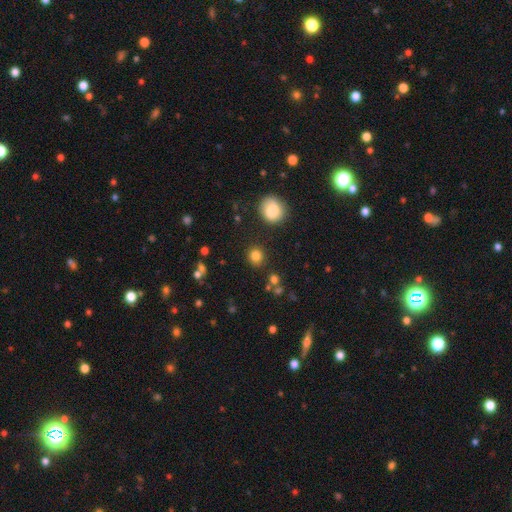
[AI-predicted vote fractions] Smooth or featured: smooth — 82% (star or artifact — 13%)
How rounded: round — 88% (in between — 11%)
Merging: none — 87% (minor disturbance — 7%)